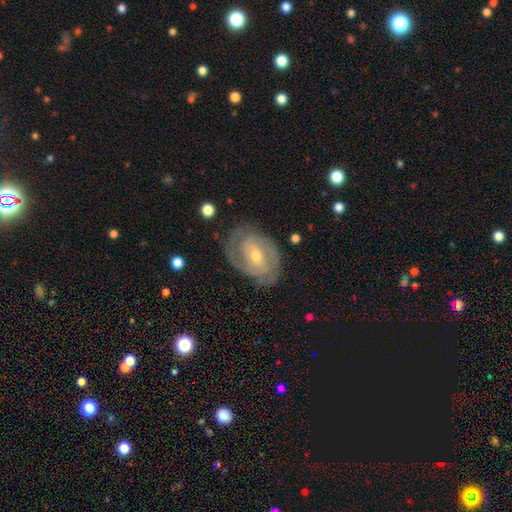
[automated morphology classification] Smooth or featured? Predicted: featured or disk (p=0.85). Edge-on disk? Predicted: no (p=0.96). Bar? Predicted: weak (p=0.41, tied with no). Spiral arms? Predicted: yes (p=0.94). Spiral winding? Predicted: tight (p=0.63). Spiral arm count? Predicted: 2 (p=0.56). Bulge size? Predicted: small (p=0.57). Merging? Predicted: none (p=0.77).